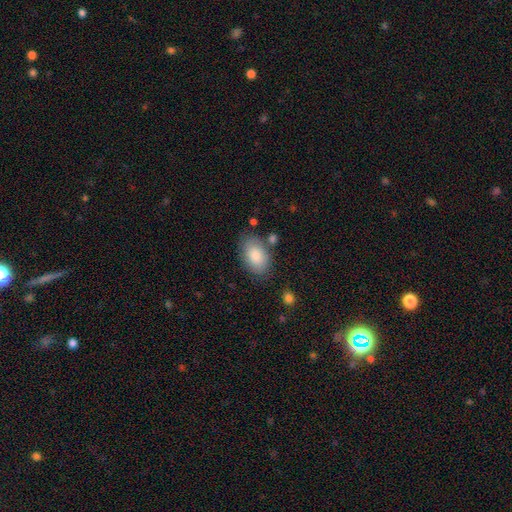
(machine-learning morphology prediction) Smooth or featured?
  - smooth: 84% *
  - featured or disk: 10%
  - star or artifact: 6%
How rounded?
  - in between: 92% *
  - round: 7%
  - cigar-shaped: 1%
Merging?
  - none: 76% *
  - minor disturbance: 15%
  - merger: 5%
  - major disturbance: 4%